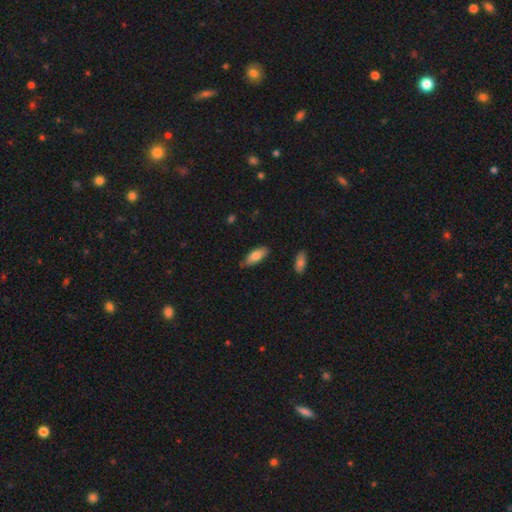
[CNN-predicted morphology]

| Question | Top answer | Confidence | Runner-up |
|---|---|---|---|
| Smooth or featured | smooth | 79% | featured or disk (15%) |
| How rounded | in between | 75% | cigar-shaped (23%) |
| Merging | none | 79% | minor disturbance (16%) |